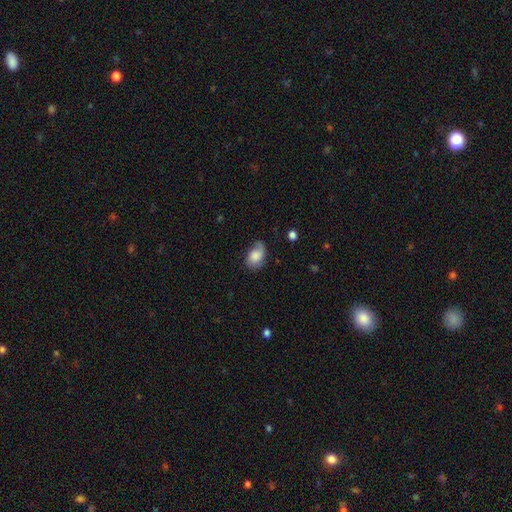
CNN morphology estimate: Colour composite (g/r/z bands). It shows a smooth galaxy with no disk features (74%) that is in between round and cigar-shaped (83%). Merging: none (55%).